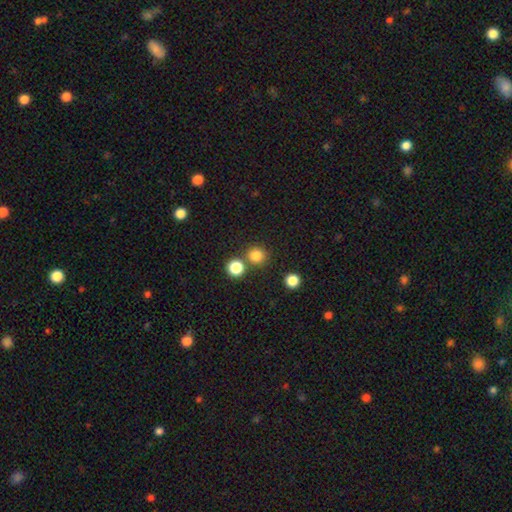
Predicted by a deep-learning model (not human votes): Overall: smooth (81%). How rounded: round (92%). Merging: none (77%).